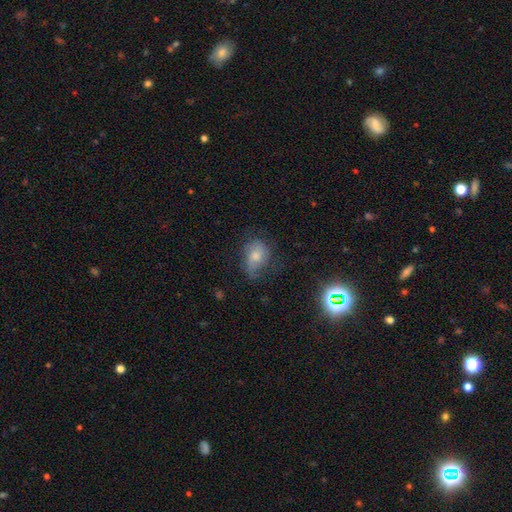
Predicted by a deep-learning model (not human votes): A smooth galaxy with no disk features (52%) that is in between round and cigar-shaped (65%).

Vote fractions:
- Smooth or featured? smooth: 52% / featured or disk: 36% / star or artifact: 12%
- How rounded? in between: 65% / round: 34% / cigar-shaped: 1%
- Merging? none: 48% / minor disturbance: 31% / major disturbance: 19% / merger: 2%